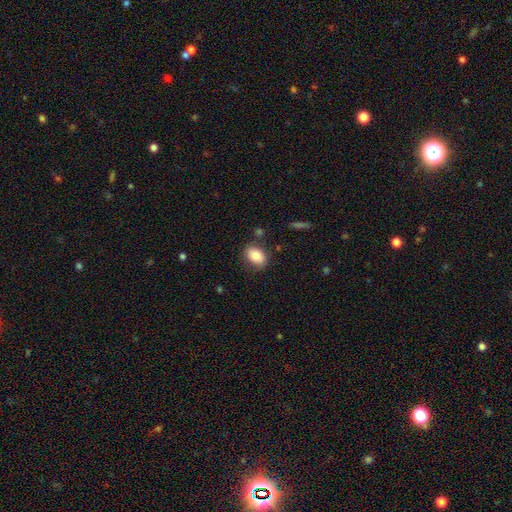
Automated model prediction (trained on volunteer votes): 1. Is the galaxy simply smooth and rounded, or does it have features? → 83% smooth, 9% featured or disk, 8% star or artifact.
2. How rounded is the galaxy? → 83% in between, 16% round, 1% cigar-shaped.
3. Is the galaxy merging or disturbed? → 79% none, 13% minor disturbance, 4% major disturbance, 3% merger.